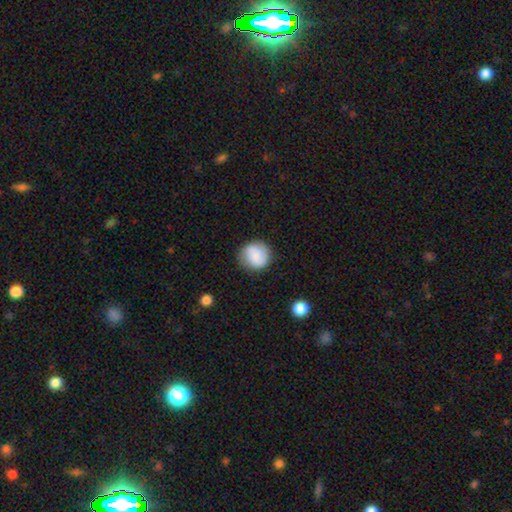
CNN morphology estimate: Q: Smooth or featured?
A: smooth (75%); runner-up: featured or disk (18%)
Q: How rounded?
A: round (91%); runner-up: in between (8%)
Q: Merging?
A: none (81%); runner-up: minor disturbance (13%)